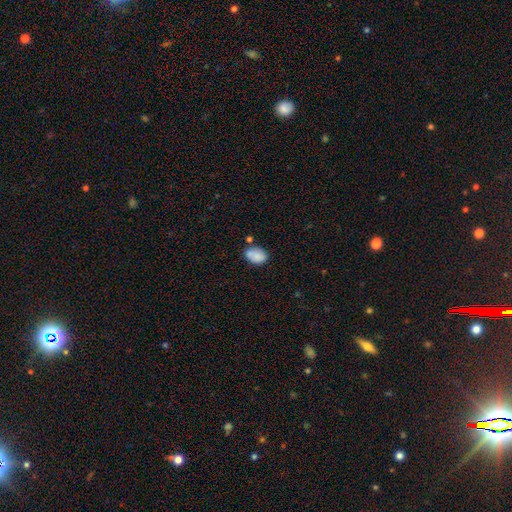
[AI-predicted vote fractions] The model was most divided on "merging": none: 62%, minor disturbance: 20%, merger: 13%, major disturbance: 5%. More confident: smooth or featured — smooth (85%); how rounded — in between (79%).